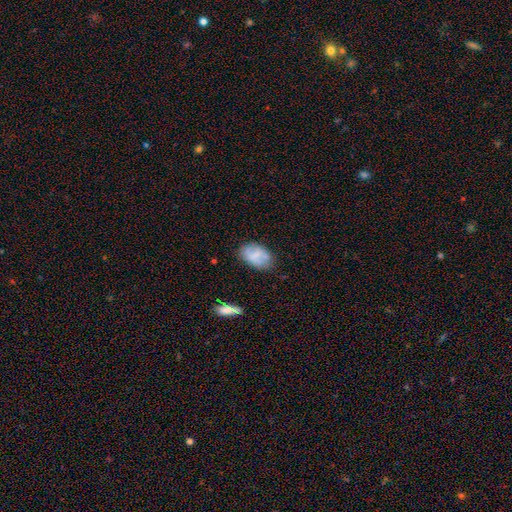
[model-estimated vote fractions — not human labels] The model was most divided on "smooth or featured": smooth: 65%, featured or disk: 27%, star or artifact: 8%. More confident: how rounded — in between (89%); merging — none (65%).